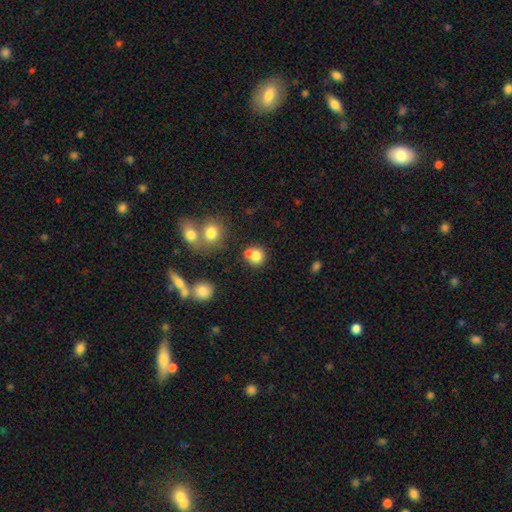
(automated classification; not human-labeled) A smooth galaxy with no disk features (78%) that is round (86%). Merging: none (55%).